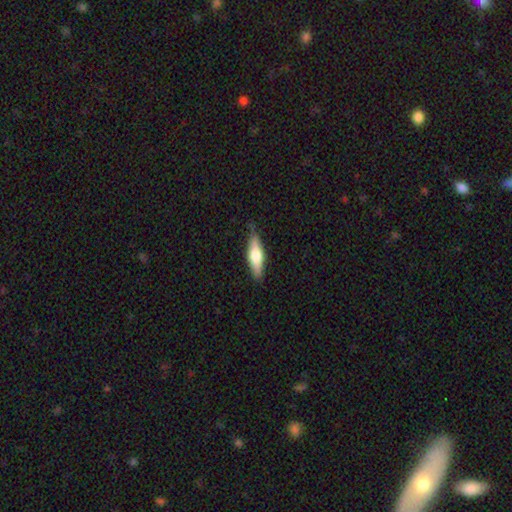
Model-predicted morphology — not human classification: Smooth or featured?
  - smooth: 54% *
  - featured or disk: 40%
  - star or artifact: 6%
How rounded?
  - cigar-shaped: 56% *
  - in between: 42%
  - round: 2%
Merging?
  - none: 81% *
  - minor disturbance: 15%
  - major disturbance: 3%
  - merger: 1%